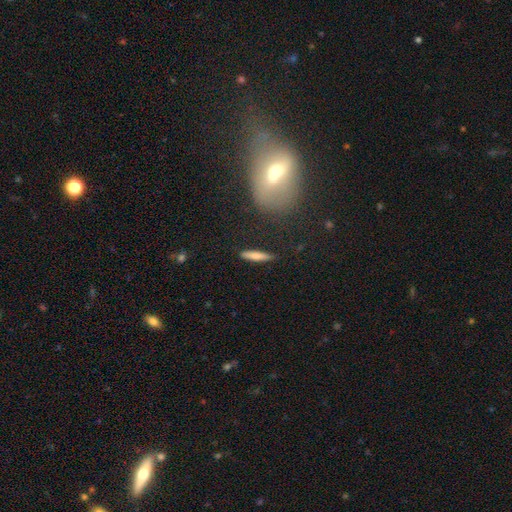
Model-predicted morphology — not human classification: smooth_or_featured: smooth (p=0.71) [alt: featured or disk p=0.22]
how_rounded: cigar-shaped (p=0.86) [alt: in between p=0.12]
merging: none (p=0.87) [alt: minor disturbance p=0.09]